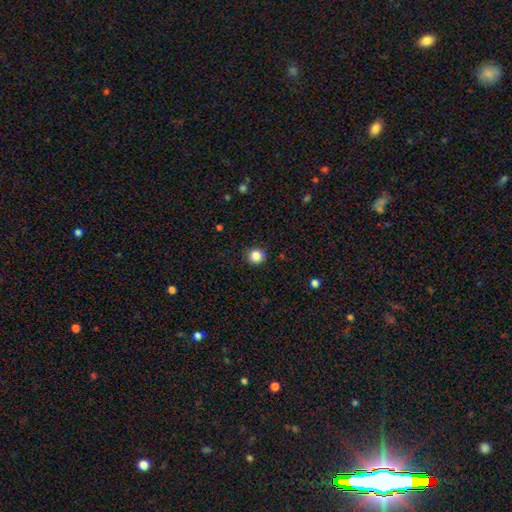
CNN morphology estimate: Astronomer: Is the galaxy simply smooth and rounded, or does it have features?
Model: smooth — 85%.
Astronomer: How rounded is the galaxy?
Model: round — 94%.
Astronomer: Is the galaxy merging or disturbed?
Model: none — 92%.